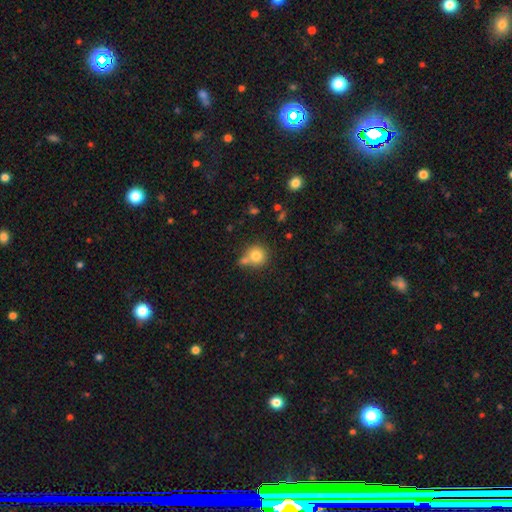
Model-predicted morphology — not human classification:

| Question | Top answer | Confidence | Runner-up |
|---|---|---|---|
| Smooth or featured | smooth | 79% | star or artifact (11%) |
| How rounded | round | 89% | in between (10%) |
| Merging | none | 55% | merger (28%) |